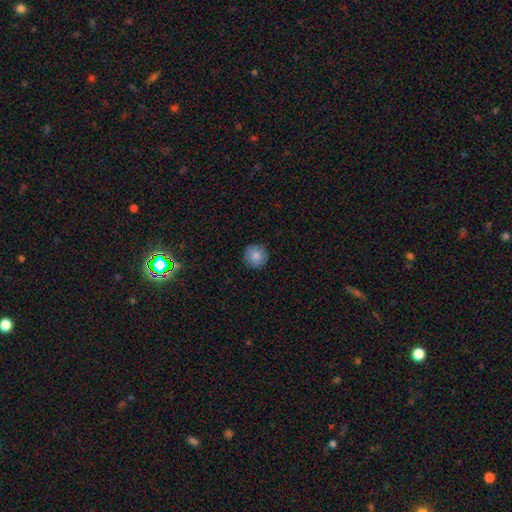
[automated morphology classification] This is clearly a smooth galaxy (84%). How rounded: clearly round (95%). Merging: clearly none (90%).